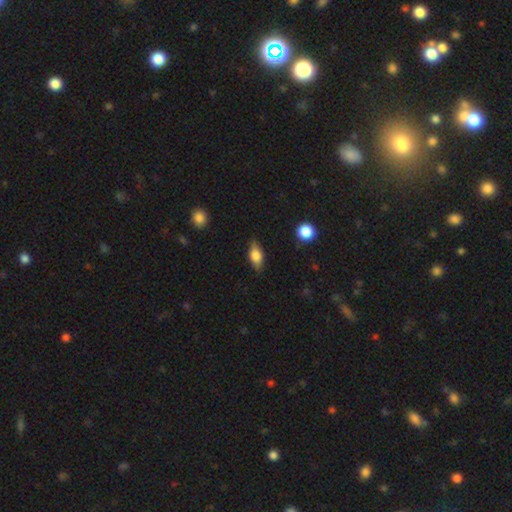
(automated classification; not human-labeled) smooth-or-featured: smooth: 66% | featured or disk: 26% | star or artifact: 8%
  how-rounded: in between: 81% | cigar-shaped: 12% | round: 7%
  merging: none: 81% | minor disturbance: 15% | major disturbance: 3% | merger: 1%